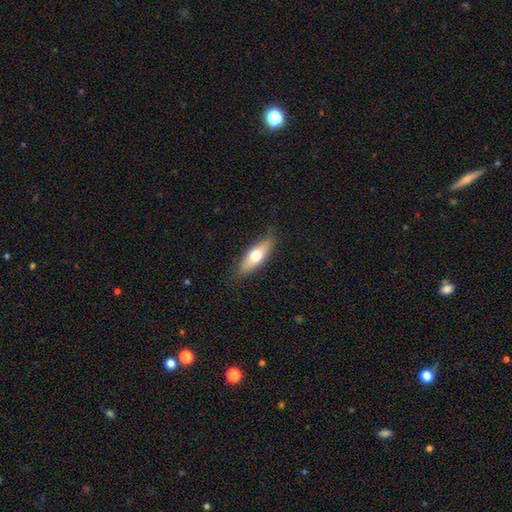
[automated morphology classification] The model was most divided on "how rounded": in between: 61%, cigar-shaped: 36%, round: 3%. More confident: merging — none (81%); smooth or featured — smooth (63%).